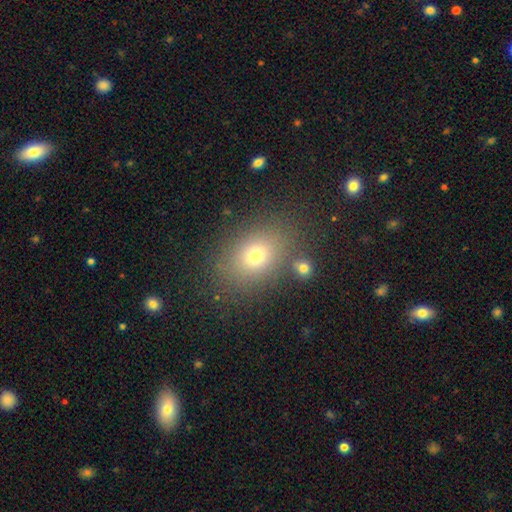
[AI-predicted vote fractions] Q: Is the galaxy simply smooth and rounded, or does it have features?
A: smooth — 73%.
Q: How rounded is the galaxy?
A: in between — 68%.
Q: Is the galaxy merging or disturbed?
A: none — 78%.